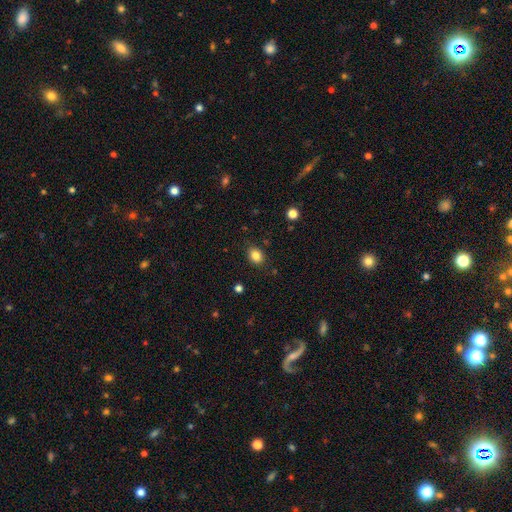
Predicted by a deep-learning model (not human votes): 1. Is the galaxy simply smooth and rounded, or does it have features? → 85% smooth, 10% star or artifact, 5% featured or disk.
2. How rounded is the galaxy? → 58% in between, 41% round, 1% cigar-shaped.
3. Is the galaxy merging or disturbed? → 84% none, 11% minor disturbance, 3% major disturbance, 1% merger.